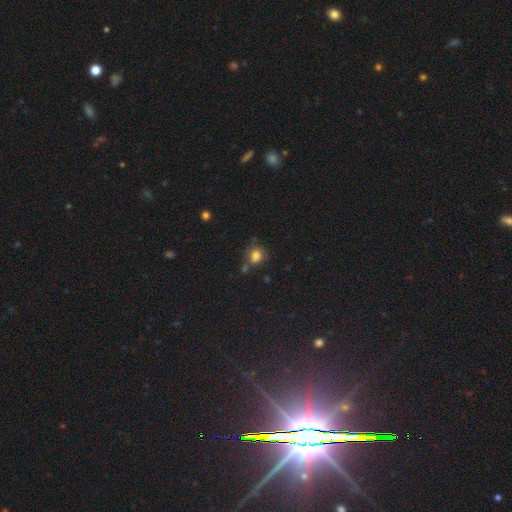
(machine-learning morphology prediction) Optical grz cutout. It shows a smooth galaxy with no disk features (80%) that is round (70%). Merging: none (60%).